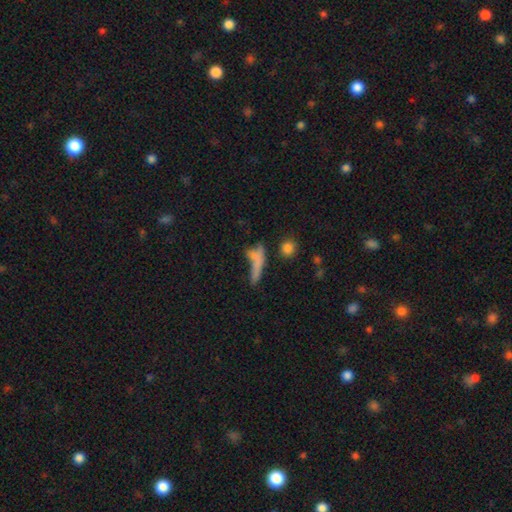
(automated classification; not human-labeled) This appears to be a smooth galaxy with no disk features (62%) that is cigar-shaped (67%). Merging: none (43%).